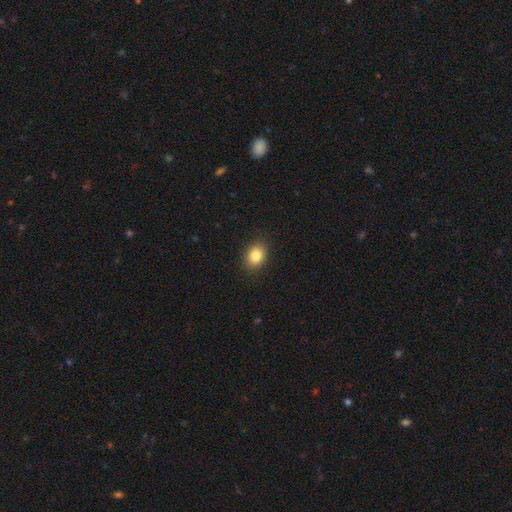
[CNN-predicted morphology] type=smooth (84%); roundness=in between (62%); merging=none (89%).